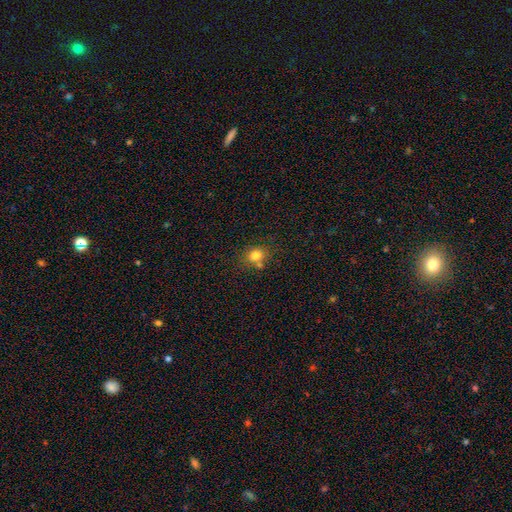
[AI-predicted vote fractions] Smooth or featured: smooth — 79% (star or artifact — 12%)
How rounded: round — 66% (in between — 33%)
Merging: none — 63% (merger — 21%)